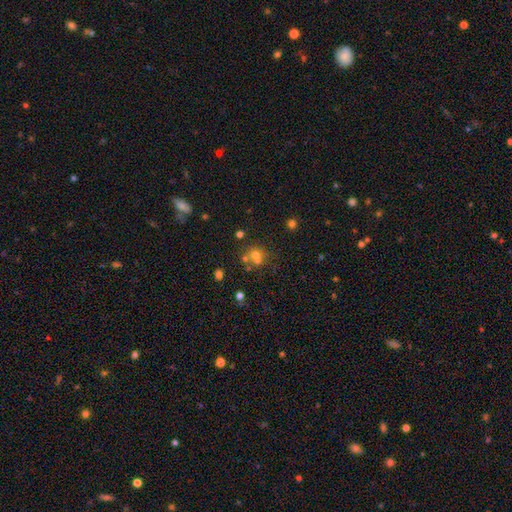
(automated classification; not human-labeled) Smooth or featured? smooth (60%)
How rounded? round (82%)
Merging? none (48%)